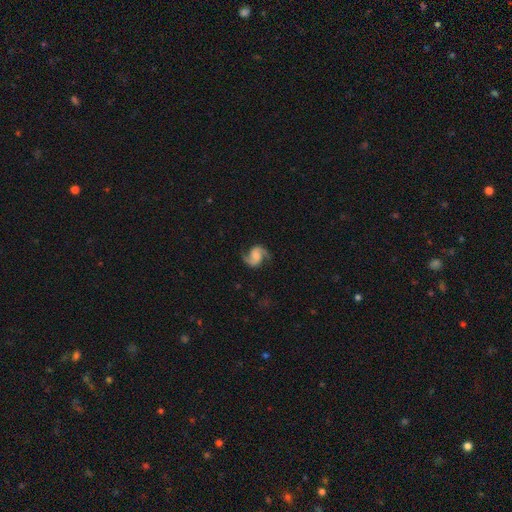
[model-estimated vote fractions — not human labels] The model was most divided on "bulge size": none: 36%, small: 28%, moderate: 24%, large: 10%, dominant: 2%. More confident: edge-on disk — no (98%); spiral arms — yes (98%); spiral arm count — 2 (94%); smooth or featured — featured or disk (89%); merging — none (81%); bar — no (55%); spiral winding — medium (50%).